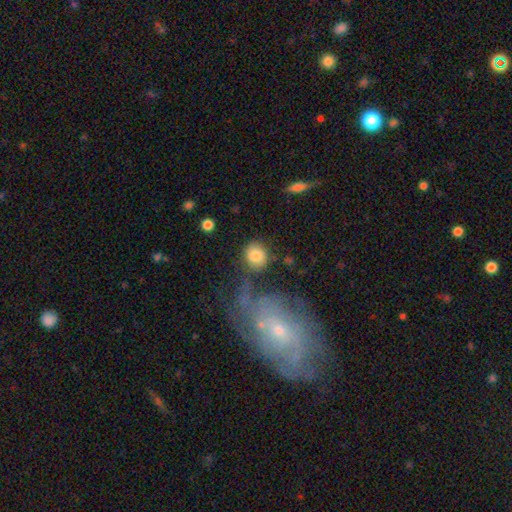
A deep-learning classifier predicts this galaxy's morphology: smooth-or-featured: smooth: 81% | featured or disk: 11% | star or artifact: 8%
  how-rounded: round: 79% | in between: 19% | cigar-shaped: 1%
  merging: none: 68% | minor disturbance: 15% | merger: 10% | major disturbance: 8%